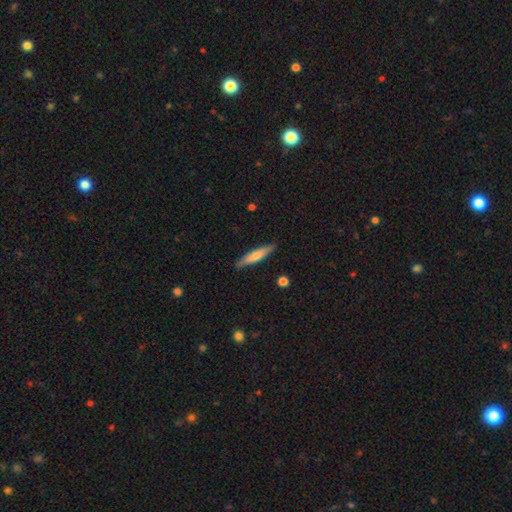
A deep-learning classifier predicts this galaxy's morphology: Smooth or featured? Predicted: smooth (p=0.63). How rounded? Predicted: cigar-shaped (p=0.88). Merging? Predicted: none (p=0.88).